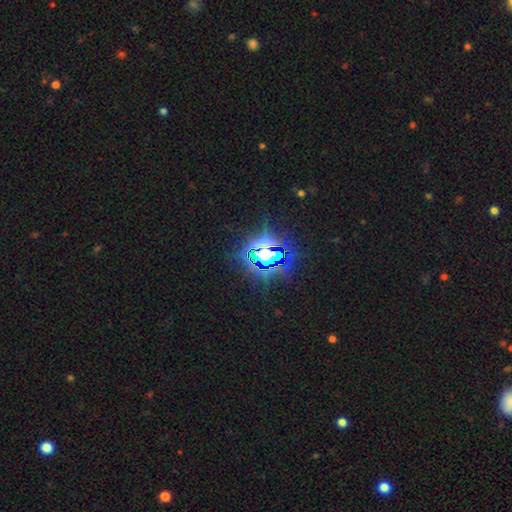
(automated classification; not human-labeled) Smooth or featured? Predicted: star or artifact (p=0.77).